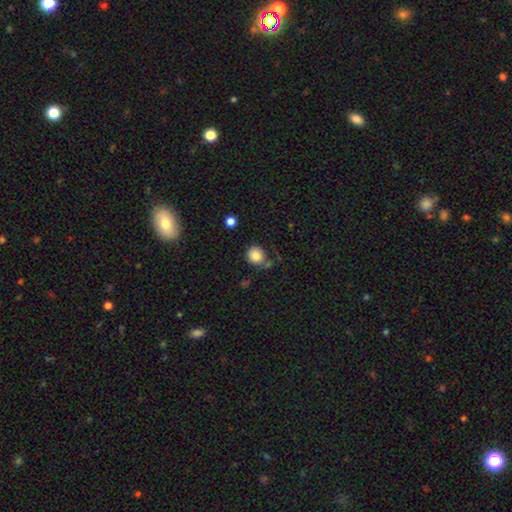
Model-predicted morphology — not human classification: Q: Smooth or featured?
A: smooth (84%); runner-up: star or artifact (10%)
Q: How rounded?
A: round (82%); runner-up: in between (17%)
Q: Merging?
A: none (65%); runner-up: minor disturbance (17%)